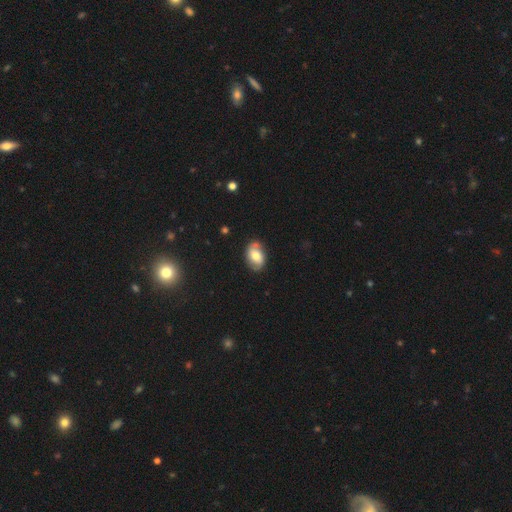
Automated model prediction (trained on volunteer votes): A smooth galaxy with no disk features (53%) that is in between round and cigar-shaped (84%).

Vote fractions:
- Smooth or featured? smooth: 53% / featured or disk: 39% / star or artifact: 8%
- How rounded? in between: 84% / round: 15% / cigar-shaped: 1%
- Merging? none: 72% / minor disturbance: 20% / major disturbance: 5% / merger: 3%